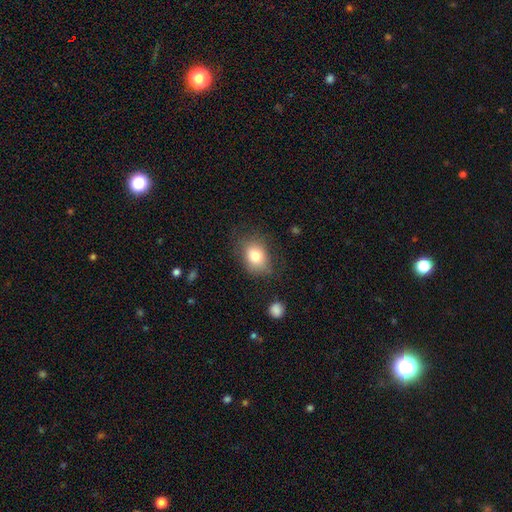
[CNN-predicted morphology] Smooth or featured?
  - smooth: 78% *
  - featured or disk: 12%
  - star or artifact: 10%
How rounded?
  - in between: 61% *
  - round: 38%
  - cigar-shaped: 1%
Merging?
  - none: 70% *
  - minor disturbance: 20%
  - major disturbance: 8%
  - merger: 2%